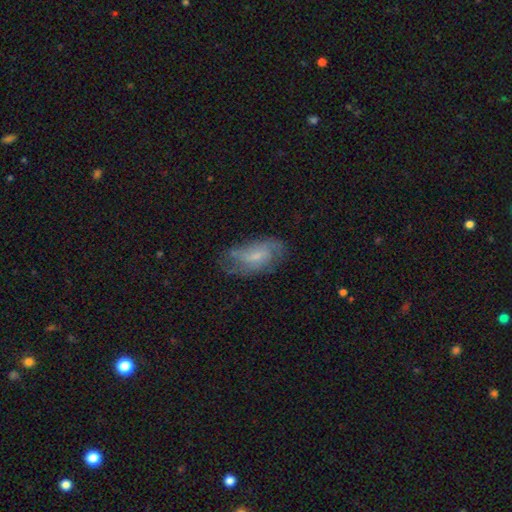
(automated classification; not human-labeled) A featured or disk galaxy (57%) with no bar (49%), spiral arms (79%) and a small central bulge (56%).

Vote fractions:
- Smooth or featured? featured or disk: 57% / smooth: 35% / star or artifact: 8%
- Edge-on disk? no: 94% / yes: 6%
- Bar? no: 49% / weak: 42% / strong: 9%
- Spiral arms? yes: 79% / no: 21%
- Bulge size? small: 56% / moderate: 28% / none: 13% / large: 2% / dominant: 1%
- Merging? none: 59% / minor disturbance: 26% / major disturbance: 13% / merger: 2%